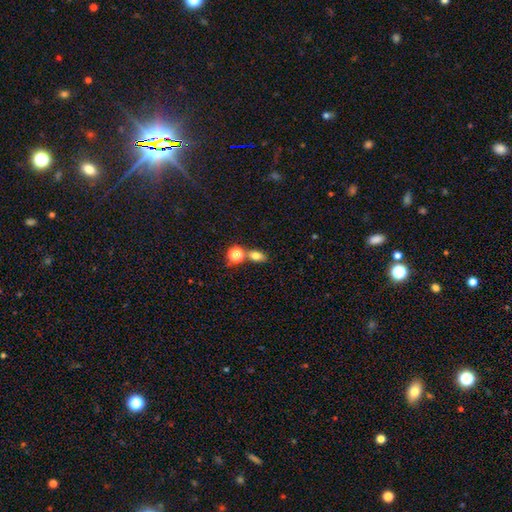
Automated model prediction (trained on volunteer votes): This appears to be a smooth galaxy with no disk features (73%) that is in between round and cigar-shaped (71%). Merging: none (63%).